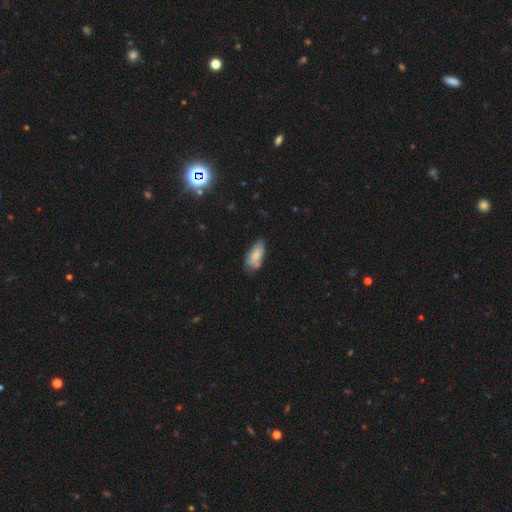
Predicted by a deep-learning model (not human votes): Smooth or featured? Predicted: smooth (p=0.77). How rounded? Predicted: in between (p=0.88). Merging? Predicted: none (p=0.51).